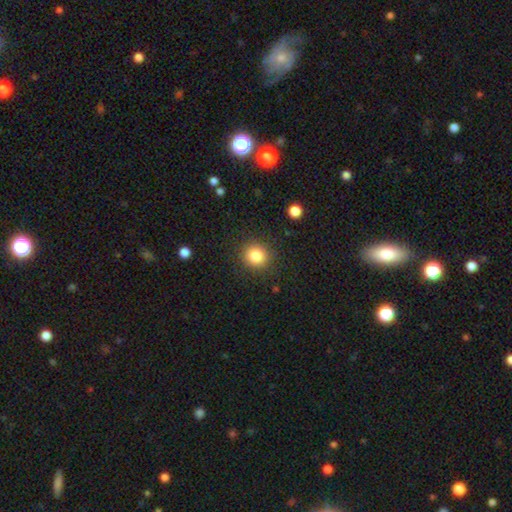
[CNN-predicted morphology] This is clearly a smooth galaxy (83%). How rounded: clearly round (88%). Merging: clearly none (89%).